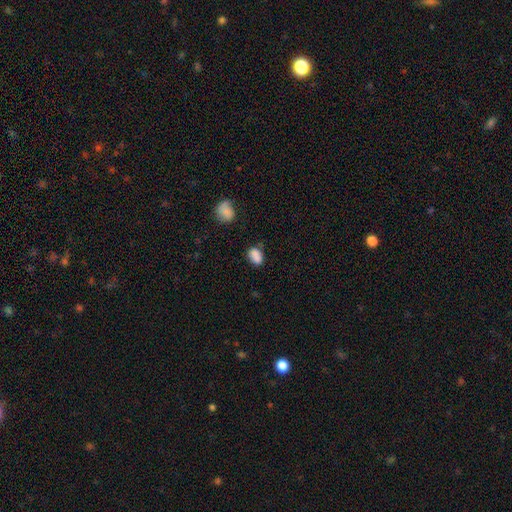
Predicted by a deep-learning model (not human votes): smooth 84%, star or artifact 10%, featured or disk 6%. Down the decision tree: how rounded — in between (78%); merging — none (64%).